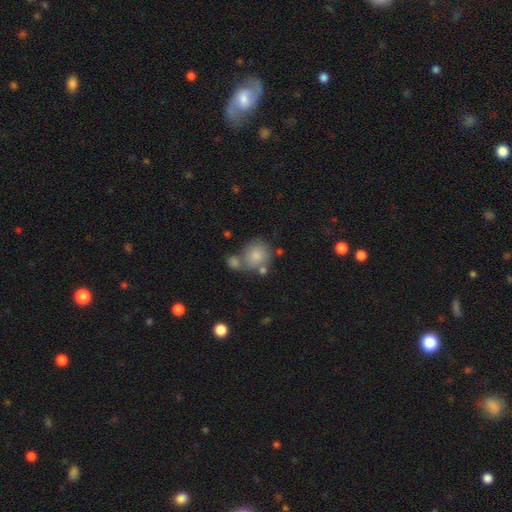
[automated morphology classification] Smooth or featured? smooth (81%)
How rounded? round (77%)
Merging? none (49%)